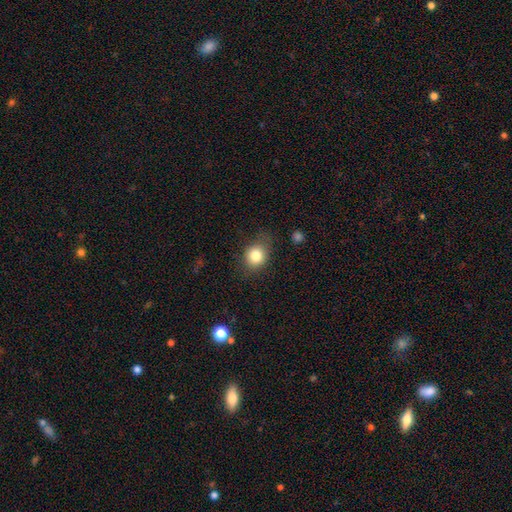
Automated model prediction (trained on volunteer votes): Morphology: type=smooth (81%); roundness=round (62%); merging=none (71%).